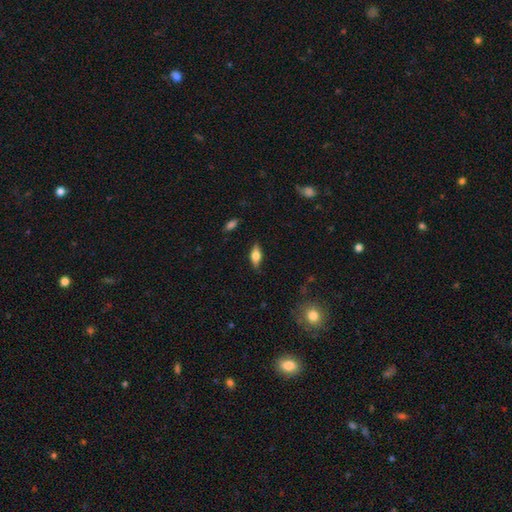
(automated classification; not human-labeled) Smooth or featured? smooth (62%)
How rounded? in between (76%)
Merging? none (81%)